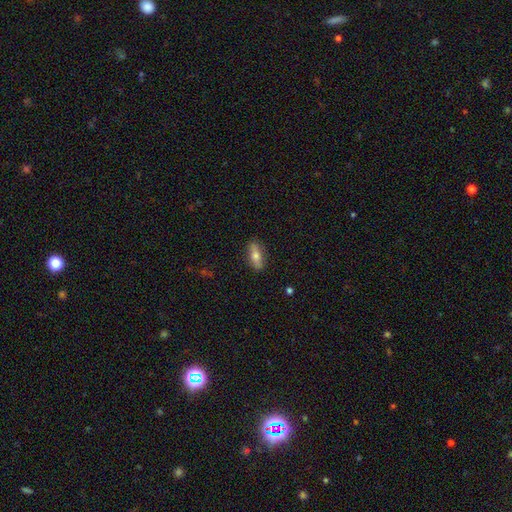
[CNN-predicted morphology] Overall: smooth (61%; featured or disk 32%). How rounded: in between (66%; cigar-shaped 30%). Merging: none (86%).